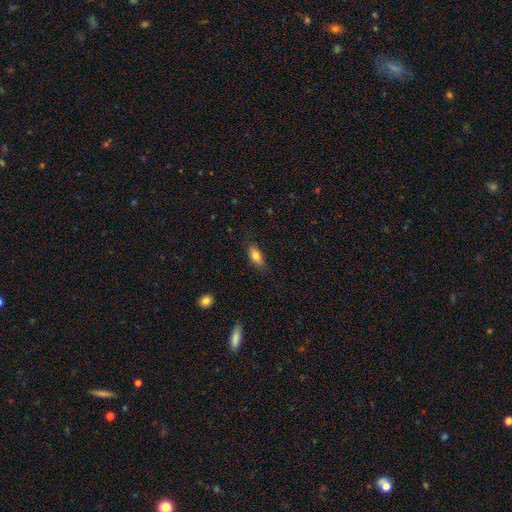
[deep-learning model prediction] A smooth galaxy with no disk features (80%) that is in between round and cigar-shaped (84%).

Vote fractions:
- Smooth or featured? smooth: 80% / featured or disk: 12% / star or artifact: 8%
- How rounded? in between: 84% / cigar-shaped: 12% / round: 4%
- Merging? none: 83% / minor disturbance: 13% / major disturbance: 3% / merger: 1%